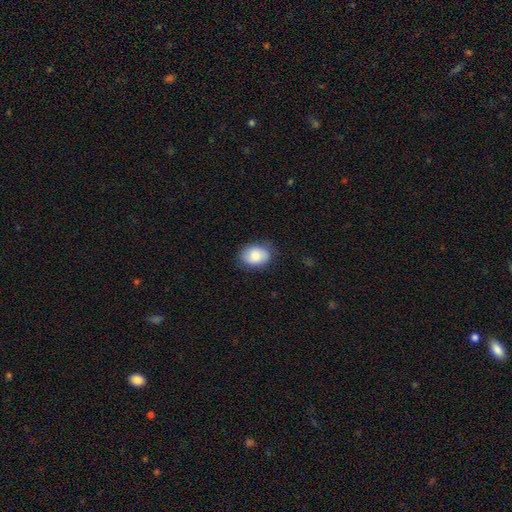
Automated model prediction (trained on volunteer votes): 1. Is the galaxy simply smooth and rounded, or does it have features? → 83% smooth, 10% featured or disk, 7% star or artifact.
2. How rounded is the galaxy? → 70% in between, 29% round, 1% cigar-shaped.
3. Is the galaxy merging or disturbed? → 80% none, 15% minor disturbance, 4% major disturbance, 1% merger.